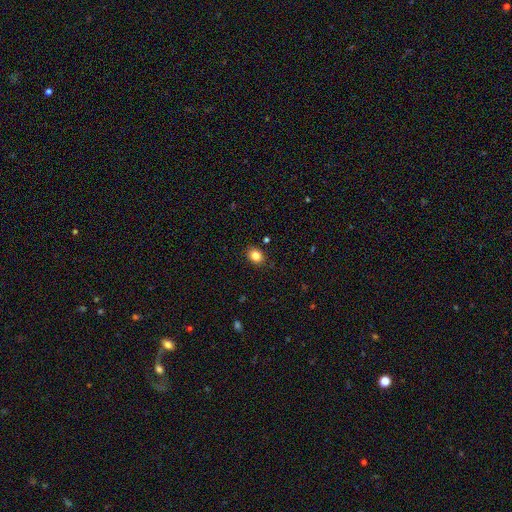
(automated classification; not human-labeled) Smooth or featured?
  - smooth: 84% *
  - star or artifact: 11%
  - featured or disk: 6%
How rounded?
  - round: 53% *
  - in between: 46%
  - cigar-shaped: 1%
Merging?
  - none: 87% *
  - minor disturbance: 9%
  - major disturbance: 2%
  - merger: 1%